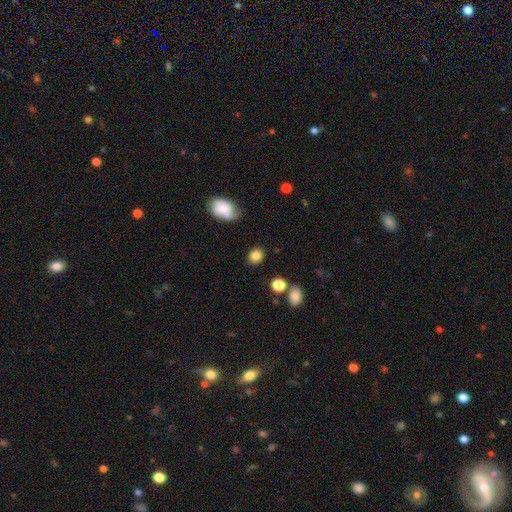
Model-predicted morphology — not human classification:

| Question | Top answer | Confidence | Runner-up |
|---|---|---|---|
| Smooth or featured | smooth | 84% | star or artifact (10%) |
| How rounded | round | 61% | in between (38%) |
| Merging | none | 84% | minor disturbance (10%) |